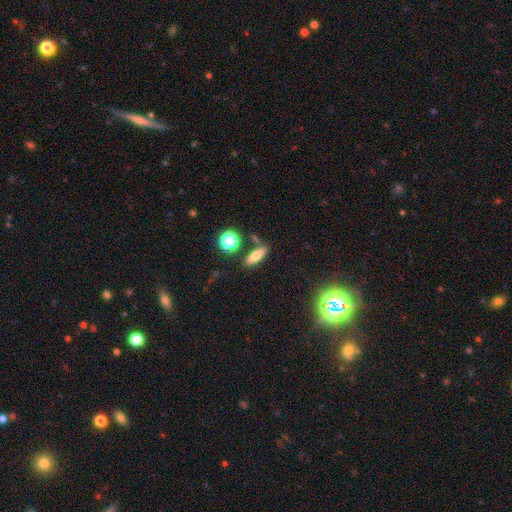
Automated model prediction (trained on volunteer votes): Smooth or featured?
  - smooth: 72% *
  - featured or disk: 15%
  - star or artifact: 13%
How rounded?
  - in between: 50% *
  - cigar-shaped: 42%
  - round: 8%
Merging?
  - none: 75% *
  - minor disturbance: 12%
  - merger: 9%
  - major disturbance: 4%